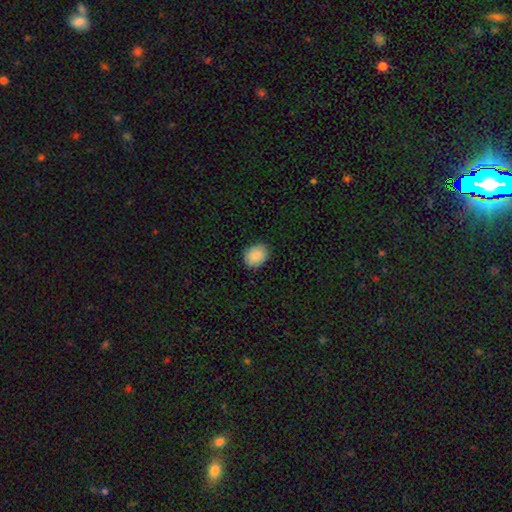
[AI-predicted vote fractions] smooth-or-featured: smooth: 89% | star or artifact: 7% | featured or disk: 4%
  how-rounded: in between: 56% | round: 44% | cigar-shaped: 1%
  merging: none: 85% | minor disturbance: 12% | major disturbance: 2% | merger: 1%